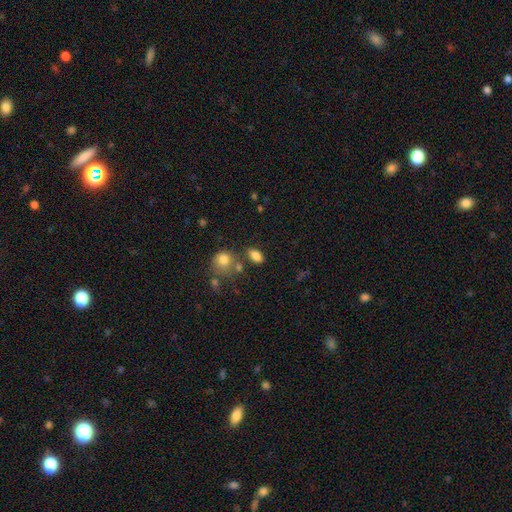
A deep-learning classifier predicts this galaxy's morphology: Smooth or featured: smooth — 83% (star or artifact — 10%)
How rounded: in between — 86% (round — 11%)
Merging: none — 72% (minor disturbance — 13%)